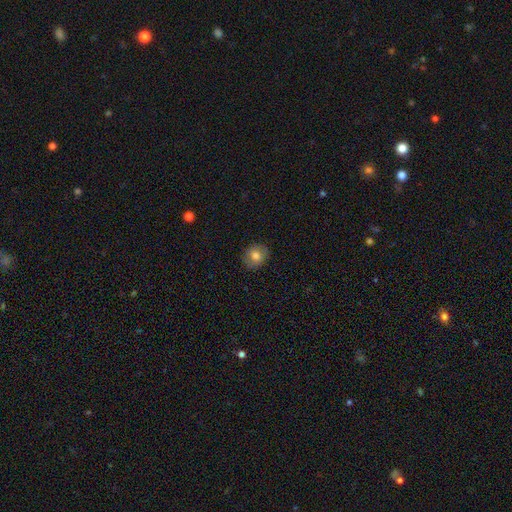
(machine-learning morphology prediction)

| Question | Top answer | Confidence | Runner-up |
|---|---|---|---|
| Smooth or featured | smooth | 77% | featured or disk (14%) |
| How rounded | round | 71% | in between (28%) |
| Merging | none | 86% | minor disturbance (10%) |